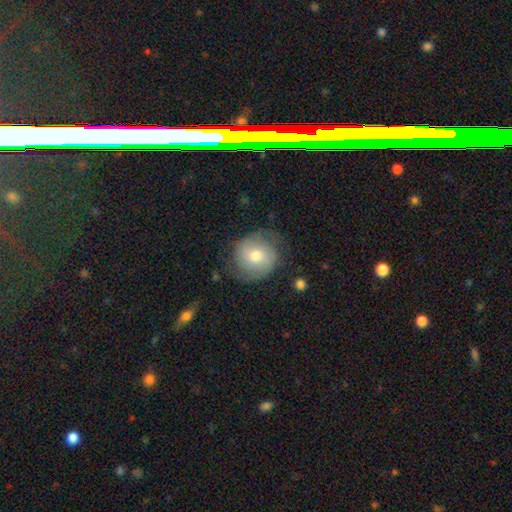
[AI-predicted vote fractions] smooth-or-featured: smooth: 48% | featured or disk: 44% | star or artifact: 8%
  merging: none: 71% | minor disturbance: 19% | major disturbance: 8% | merger: 1%